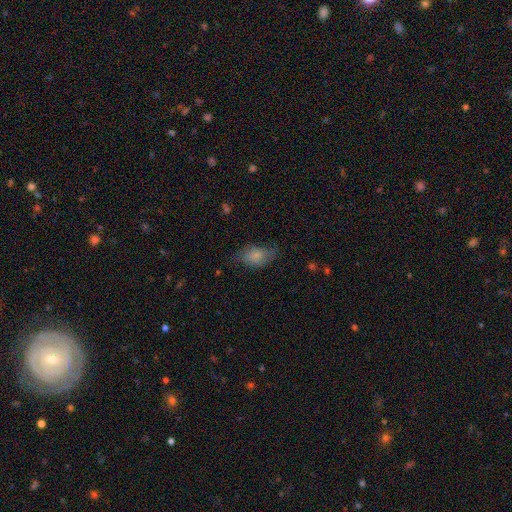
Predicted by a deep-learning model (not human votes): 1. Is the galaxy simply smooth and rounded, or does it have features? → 72% smooth, 20% featured or disk, 8% star or artifact.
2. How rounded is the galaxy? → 90% in between, 7% round, 3% cigar-shaped.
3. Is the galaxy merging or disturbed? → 54% none, 31% minor disturbance, 13% major disturbance, 2% merger.